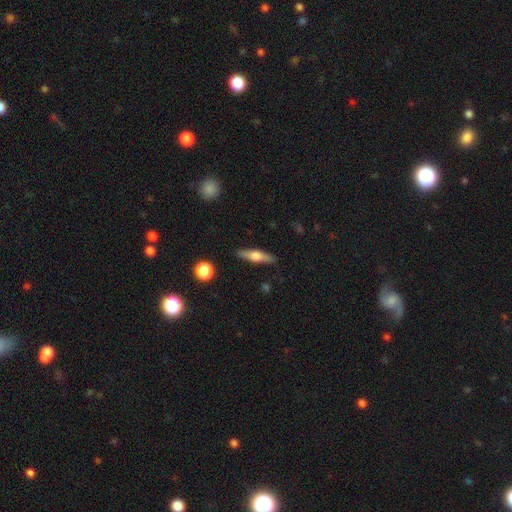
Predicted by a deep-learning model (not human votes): featured or disk 50%, smooth 43%, star or artifact 7%. Down the decision tree: merging — none (89%).